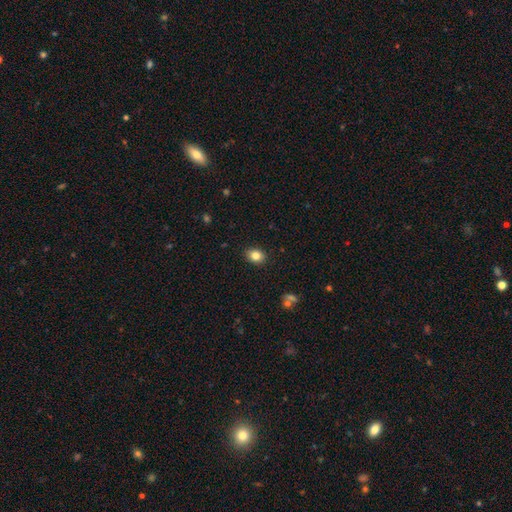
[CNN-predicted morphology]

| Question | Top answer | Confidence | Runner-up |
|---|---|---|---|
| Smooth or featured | smooth | 83% | star or artifact (10%) |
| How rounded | in between | 50% | round (49%) |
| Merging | none | 89% | minor disturbance (8%) |